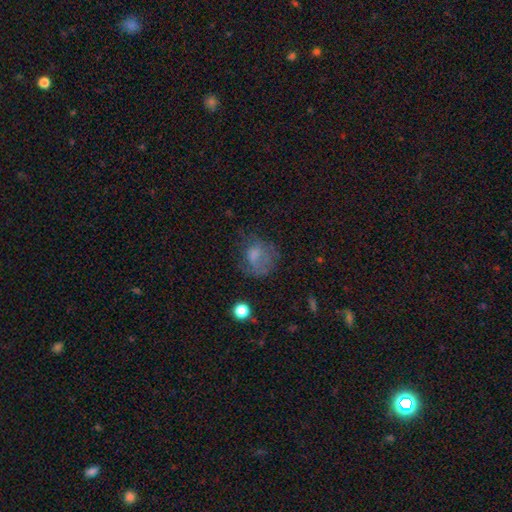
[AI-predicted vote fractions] Morphology: type=smooth (56%); roundness=round (63%); merging=none (44%).